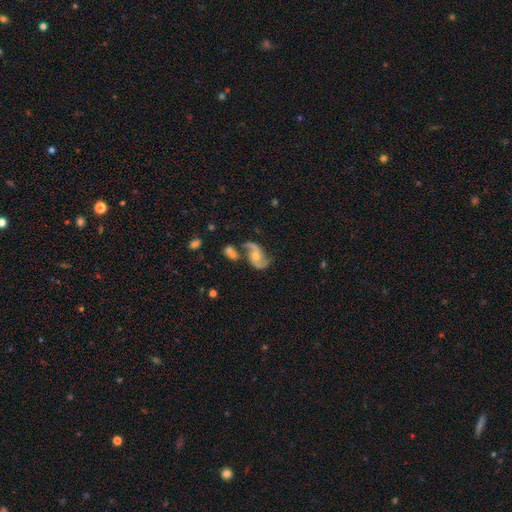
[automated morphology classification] smooth-or-featured: featured or disk: 85% | smooth: 9% | star or artifact: 6%
  disk-edge-on: no: 97% | yes: 3%
    bar: no: 63% | weak: 29% | strong: 8%
    has-spiral-arms: yes: 95% | no: 5%
      spiral-winding: loose: 57% | medium: 35% | tight: 9%
      spiral-arm-count: 2: 90% | 1: 4% | can't tell: 3% | 3: 1% | 4: 1% | more than 4: 1%
    bulge-size: moderate: 57% | small: 36% | large: 4% | none: 3% | dominant: 1%
  merging: none: 46% | merger: 23% | minor disturbance: 18% | major disturbance: 13%